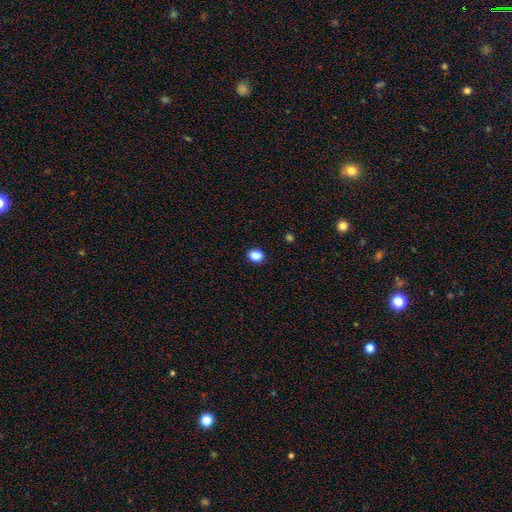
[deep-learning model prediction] The model was most divided on "how rounded": in between: 54%, round: 45%, cigar-shaped: 1%. More confident: merging — none (90%); smooth or featured — smooth (87%).